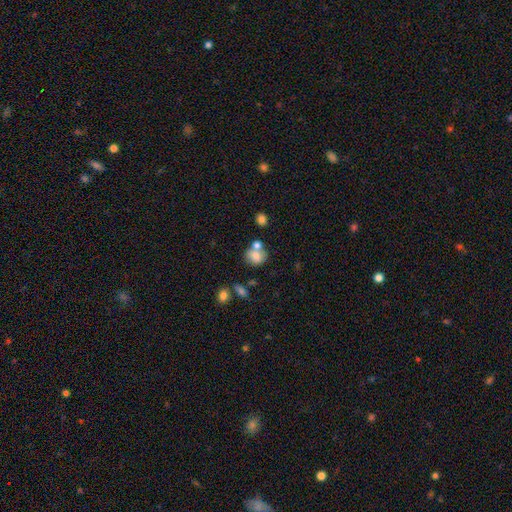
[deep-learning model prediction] Smooth or featured? Predicted: smooth (p=0.76). How rounded? Predicted: round (p=0.67). Merging? Predicted: none (p=0.50).